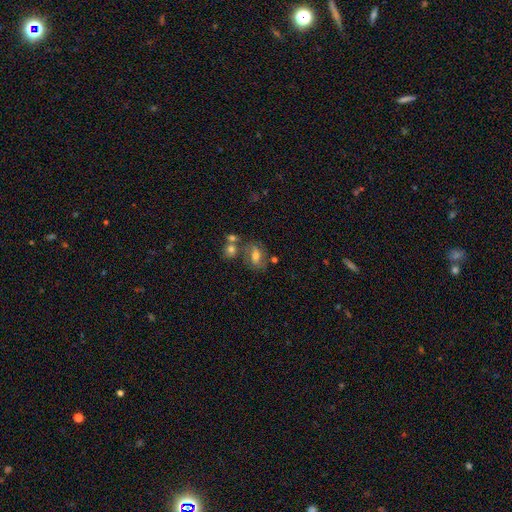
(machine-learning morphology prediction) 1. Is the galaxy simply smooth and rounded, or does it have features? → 55% smooth, 34% featured or disk, 12% star or artifact.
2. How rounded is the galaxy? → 76% in between, 20% round, 4% cigar-shaped.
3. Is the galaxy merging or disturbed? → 56% none, 20% merger, 16% minor disturbance, 8% major disturbance.